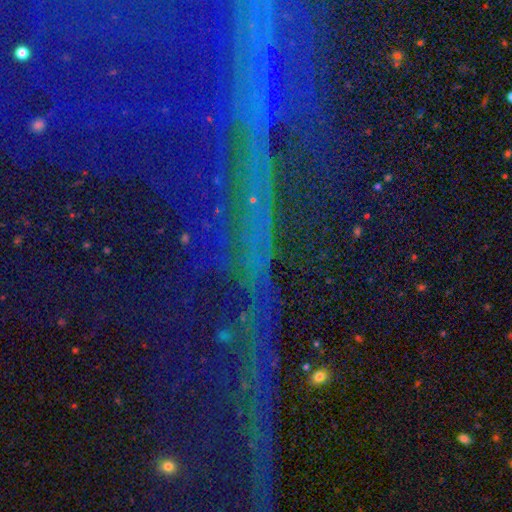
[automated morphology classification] star or artifact 86%, featured or disk 8%, smooth 6%.